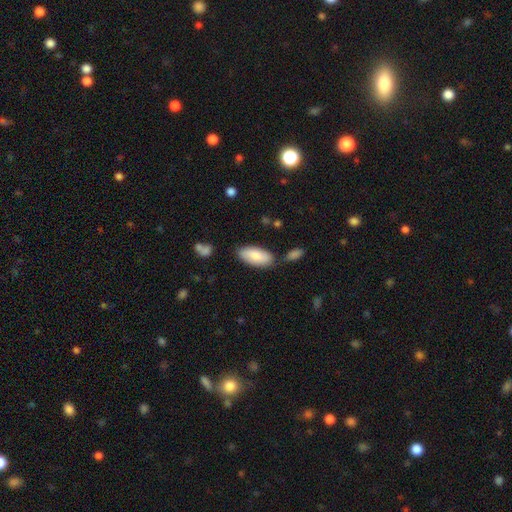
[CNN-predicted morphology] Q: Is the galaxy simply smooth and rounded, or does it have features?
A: smooth — 82%.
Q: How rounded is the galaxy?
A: in between — 88%.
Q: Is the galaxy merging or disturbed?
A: none — 72%.